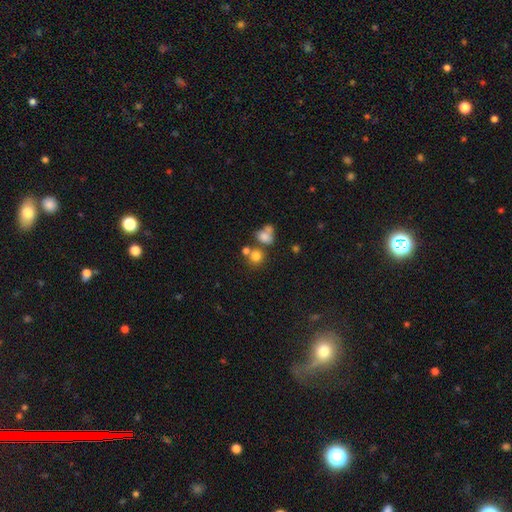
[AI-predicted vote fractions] Morphology: type=smooth (75%); roundness=round (78%); merging=none (50%).